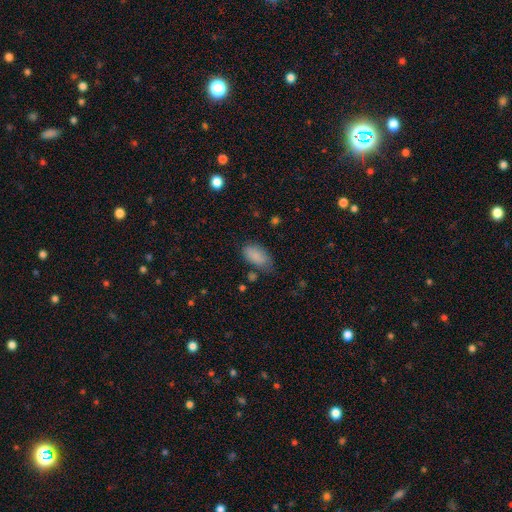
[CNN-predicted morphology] type=smooth (87%); roundness=in between (93%); merging=none (62%).